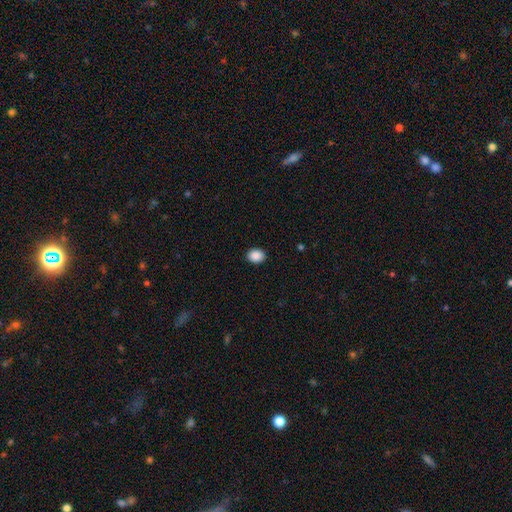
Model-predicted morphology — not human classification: smooth_or_featured: smooth (p=0.90) [alt: star or artifact p=0.08]
how_rounded: in between (p=0.54) [alt: round p=0.45]
merging: none (p=0.91) [alt: minor disturbance p=0.06]